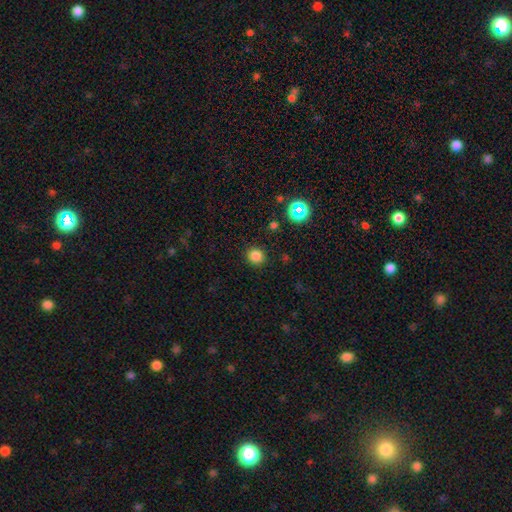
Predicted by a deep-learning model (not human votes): Morphology: type=smooth (81%); roundness=round (89%); merging=none (90%).